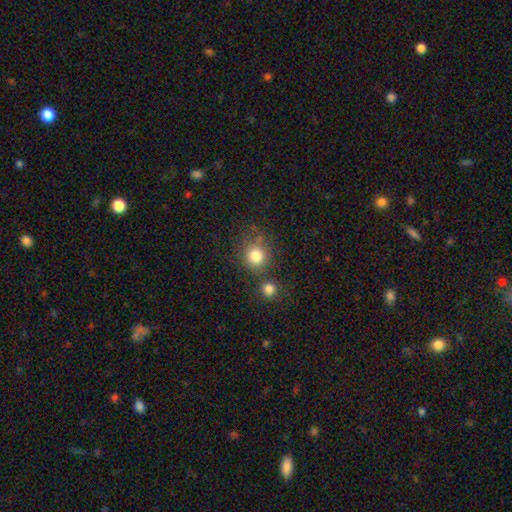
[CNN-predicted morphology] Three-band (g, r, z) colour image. It shows a smooth galaxy with no disk features (81%) that is round (88%). Merging: none (66%).